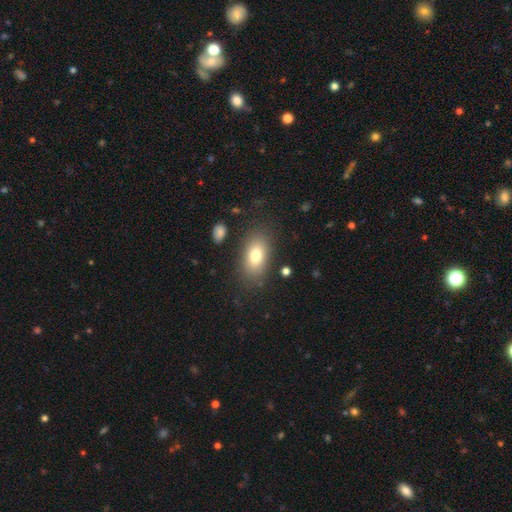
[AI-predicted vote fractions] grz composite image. It shows a smooth galaxy with no disk features (76%) that is in between round and cigar-shaped (88%). Merging: none (82%).